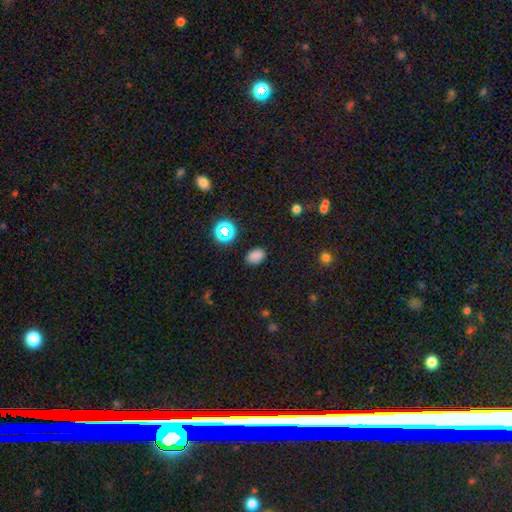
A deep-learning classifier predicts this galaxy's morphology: Smooth or featured?
  - smooth: 78% *
  - star or artifact: 18%
  - featured or disk: 4%
How rounded?
  - in between: 81% *
  - round: 18%
  - cigar-shaped: 1%
Merging?
  - none: 85% *
  - minor disturbance: 11%
  - major disturbance: 3%
  - merger: 2%